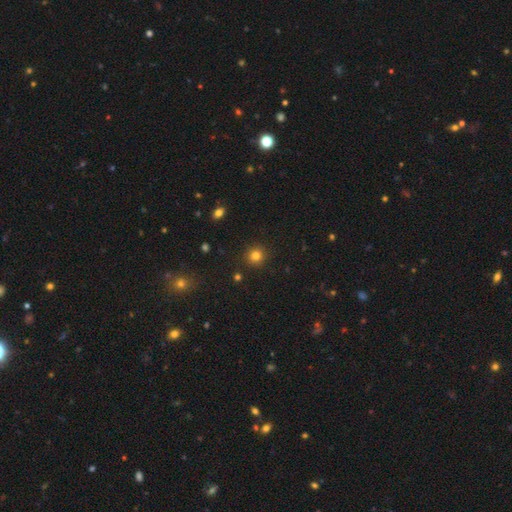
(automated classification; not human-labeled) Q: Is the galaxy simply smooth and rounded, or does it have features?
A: smooth — 80%.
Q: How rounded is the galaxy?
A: round — 93%.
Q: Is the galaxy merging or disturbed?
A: none — 91%.